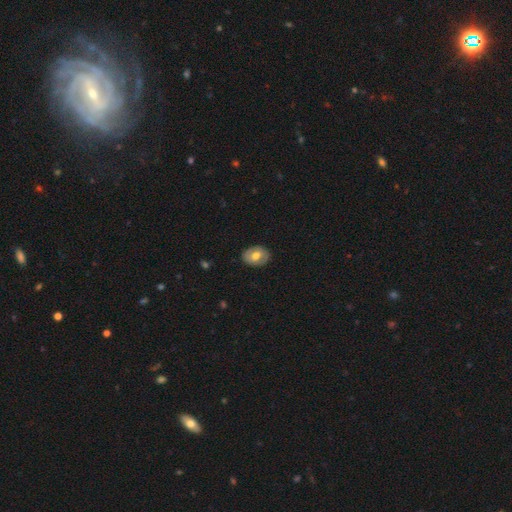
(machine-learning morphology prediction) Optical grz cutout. It shows a smooth galaxy with no disk features (56%) that is in between round and cigar-shaped (70%). Merging: none (85%).